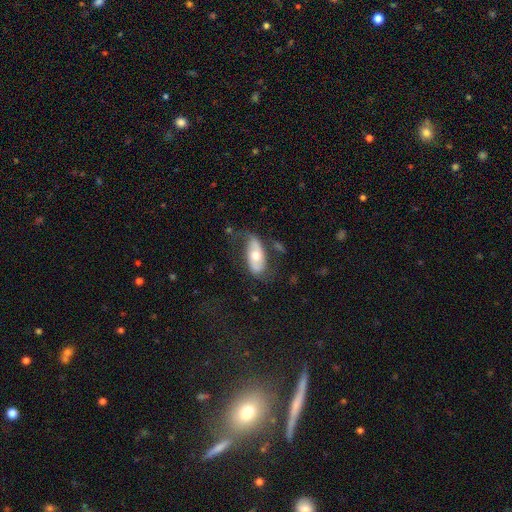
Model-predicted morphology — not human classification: A featured or disk galaxy (48%). Merging: none (56%).